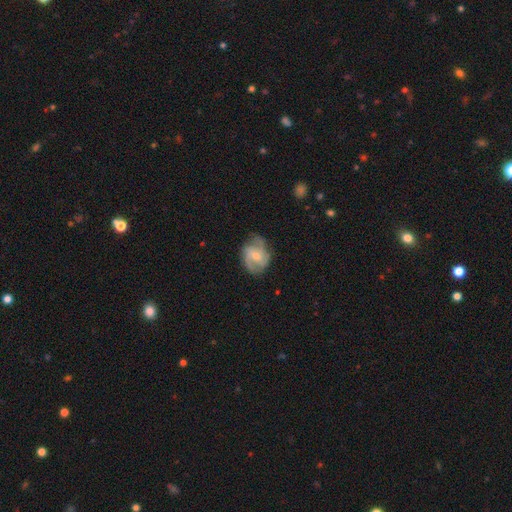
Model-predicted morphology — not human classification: Overall: featured or disk (74%). Edge-on disk: no (97%). Bar: no (51%; weak 40%). Spiral arms: yes (92%). Spiral arm count: 2 (46%; 3 29%). Spiral winding: medium (50%; tight 27%). Bulge size: moderate (48%; small 47%). Merging: none (66%).